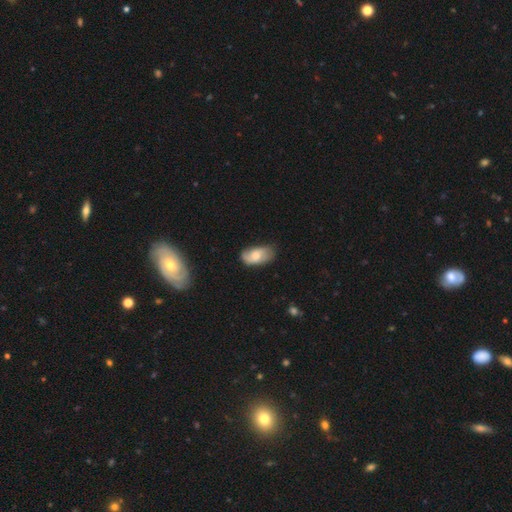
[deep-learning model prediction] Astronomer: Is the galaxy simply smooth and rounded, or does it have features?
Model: smooth — 54% (runner-up: featured or disk, 39%).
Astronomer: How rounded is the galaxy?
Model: in between — 93%.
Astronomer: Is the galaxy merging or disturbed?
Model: none — 64%.